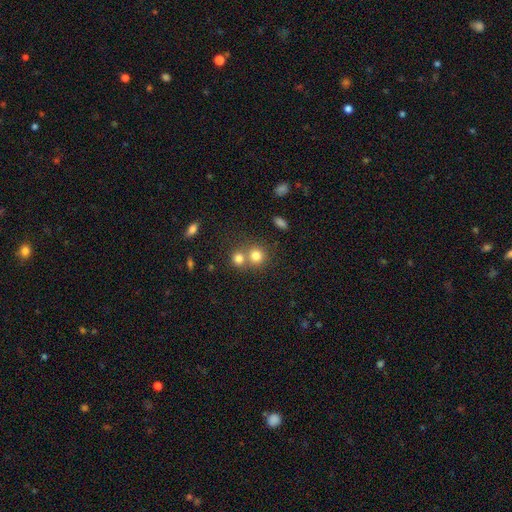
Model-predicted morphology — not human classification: smooth 78%, star or artifact 13%, featured or disk 9%. Down the decision tree: how rounded — round (86%); merging — none (47%).